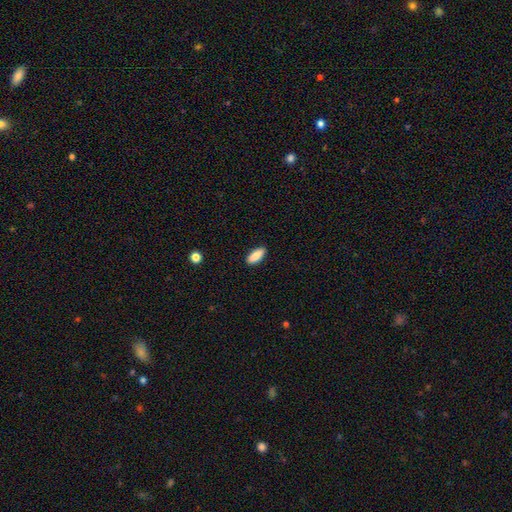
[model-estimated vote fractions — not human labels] Morphology: type=smooth (87%); roundness=in between (77%); merging=none (89%).